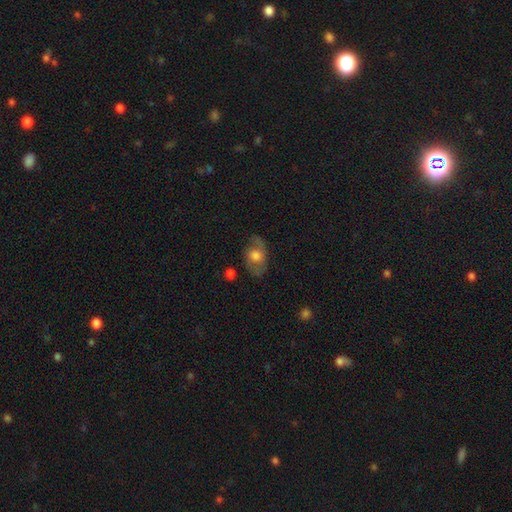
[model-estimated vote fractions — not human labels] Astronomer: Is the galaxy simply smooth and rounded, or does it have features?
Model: smooth — 48% (runner-up: featured or disk, 44%).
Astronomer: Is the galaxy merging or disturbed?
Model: none — 69%.